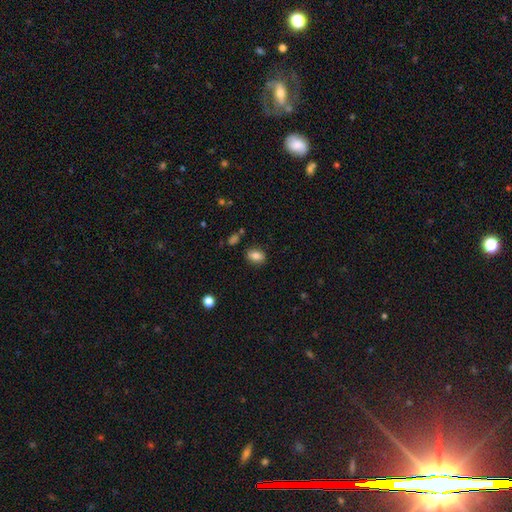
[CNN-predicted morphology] The model was most divided on "how rounded": in between: 75%, round: 23%, cigar-shaped: 2%. More confident: merging — none (82%); smooth or featured — smooth (82%).